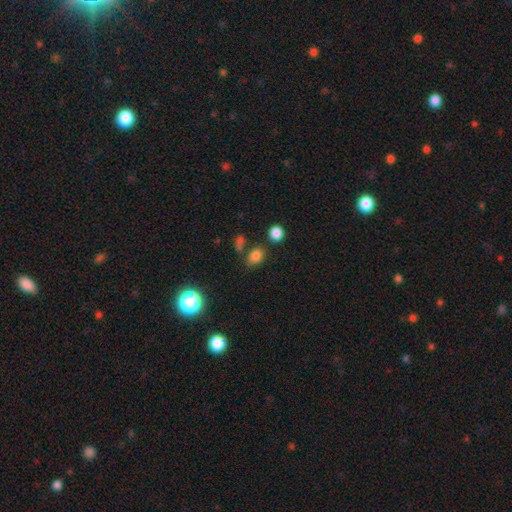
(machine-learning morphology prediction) Smooth or featured?
  - smooth: 80% *
  - star or artifact: 15%
  - featured or disk: 6%
How rounded?
  - in between: 68% *
  - round: 30%
  - cigar-shaped: 2%
Merging?
  - none: 72% *
  - minor disturbance: 13%
  - merger: 11%
  - major disturbance: 5%